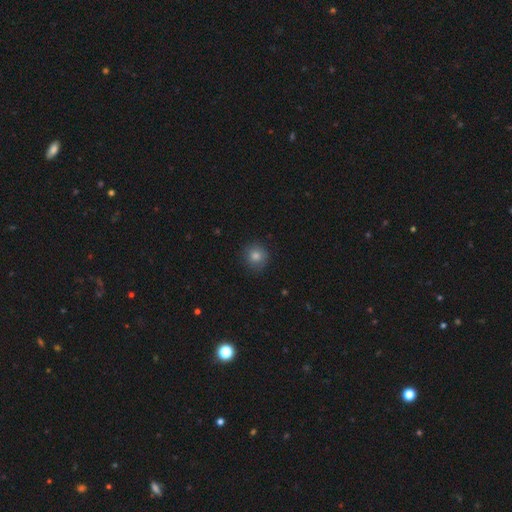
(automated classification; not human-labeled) A smooth galaxy with no disk features (80%) that is round (92%). Merging: none (88%).